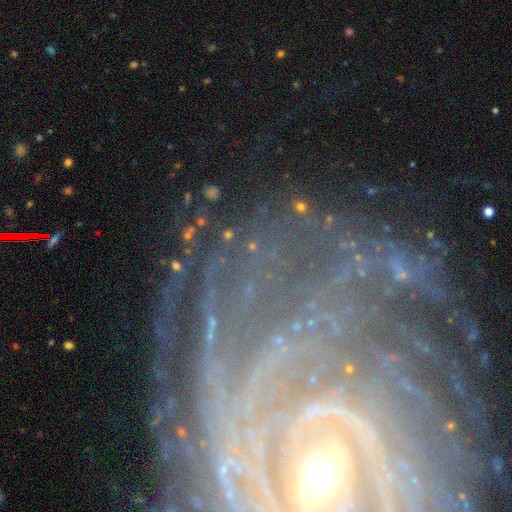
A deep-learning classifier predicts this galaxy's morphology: This appears to be a featured or disk galaxy (84%) with no bar (46%), tight (81%) spiral arms (92%) and a moderate central bulge (49%). Merging: none (74%).